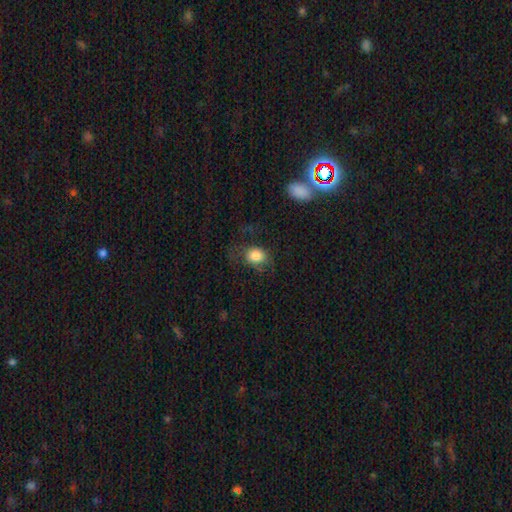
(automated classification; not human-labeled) This is likely a smooth galaxy (78%). How rounded: possibly in between (52%). Merging: possibly none (47%).